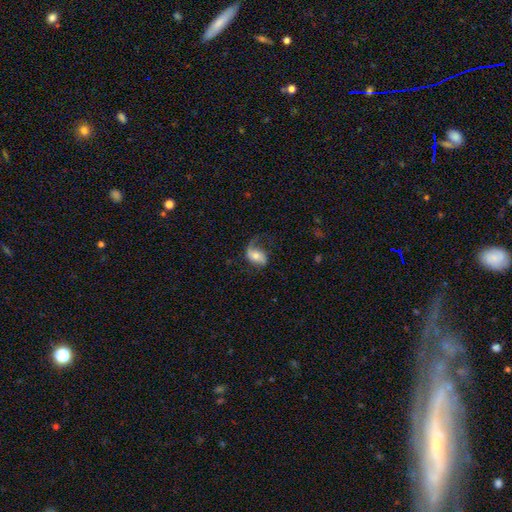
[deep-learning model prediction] Smooth or featured? Predicted: smooth (p=0.47). Merging? Predicted: none (p=0.49).